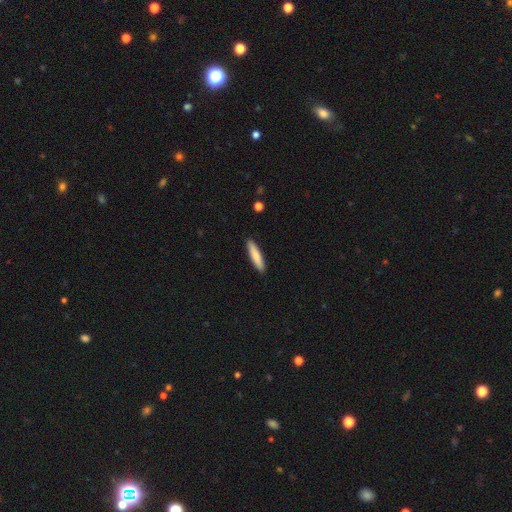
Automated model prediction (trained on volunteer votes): Smooth or featured?
  - smooth: 80% *
  - featured or disk: 15%
  - star or artifact: 5%
How rounded?
  - cigar-shaped: 84% *
  - in between: 14%
  - round: 1%
Merging?
  - none: 91% *
  - minor disturbance: 6%
  - major disturbance: 1%
  - merger: 1%